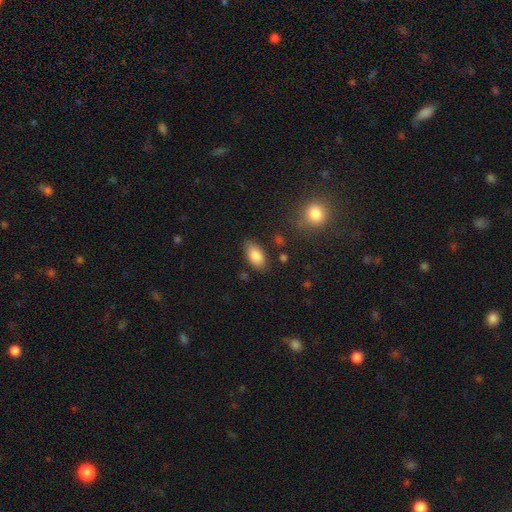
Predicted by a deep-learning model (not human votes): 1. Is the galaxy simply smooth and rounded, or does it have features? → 86% smooth, 7% star or artifact, 7% featured or disk.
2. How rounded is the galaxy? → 92% in between, 4% round, 4% cigar-shaped.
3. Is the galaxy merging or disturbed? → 81% none, 13% minor disturbance, 3% major disturbance, 2% merger.